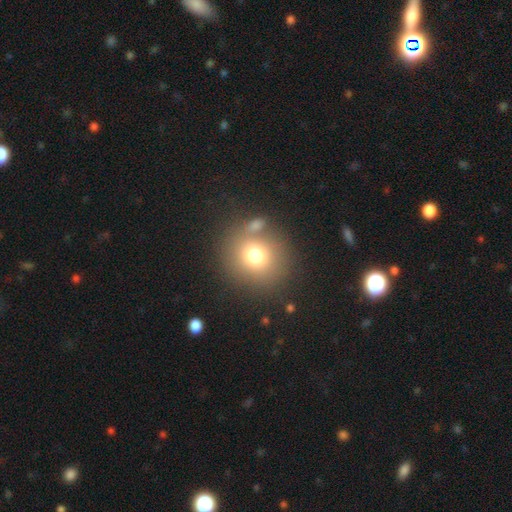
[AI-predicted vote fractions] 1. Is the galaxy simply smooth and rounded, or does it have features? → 73% smooth, 14% star or artifact, 13% featured or disk.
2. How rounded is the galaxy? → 86% round, 13% in between, 1% cigar-shaped.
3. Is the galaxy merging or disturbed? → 72% none, 13% merger, 11% minor disturbance, 5% major disturbance.